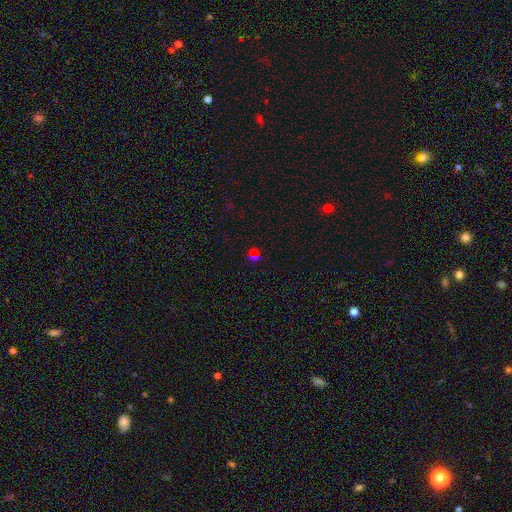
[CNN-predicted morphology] star or artifact 50%, smooth 40%, featured or disk 10%.